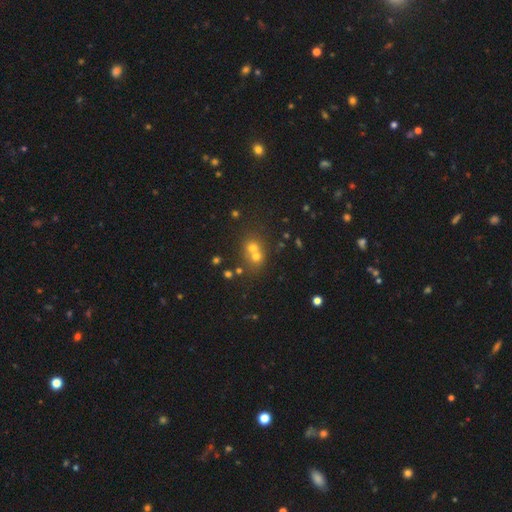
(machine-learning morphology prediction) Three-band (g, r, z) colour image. It shows a smooth galaxy with no disk features (59%) that is round (77%). Merging: merger (58%).